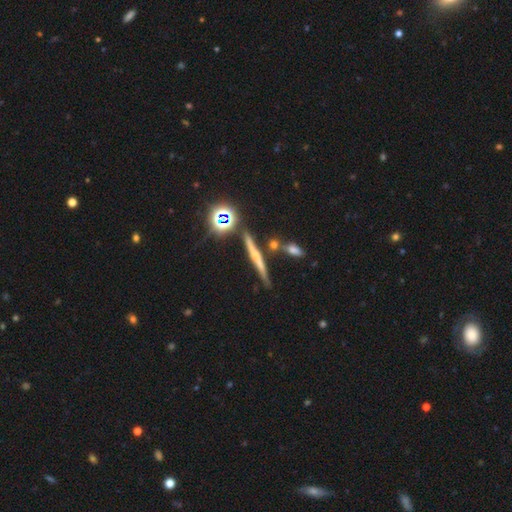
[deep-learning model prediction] This is possibly a featured or disk galaxy (50%). It is clearly viewed edge-on (93%). Merging: likely none (77%).